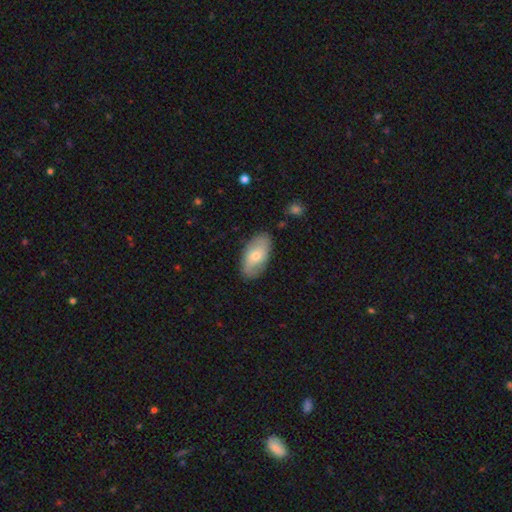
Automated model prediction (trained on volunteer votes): Smooth or featured? smooth (58%)
How rounded? in between (93%)
Merging? none (82%)